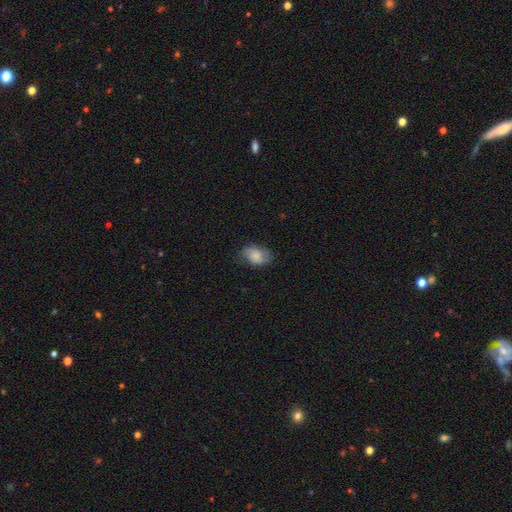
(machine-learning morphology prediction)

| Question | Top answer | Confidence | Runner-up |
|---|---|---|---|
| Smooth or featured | smooth | 67% | featured or disk (25%) |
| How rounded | in between | 84% | round (14%) |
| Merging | none | 67% | minor disturbance (24%) |